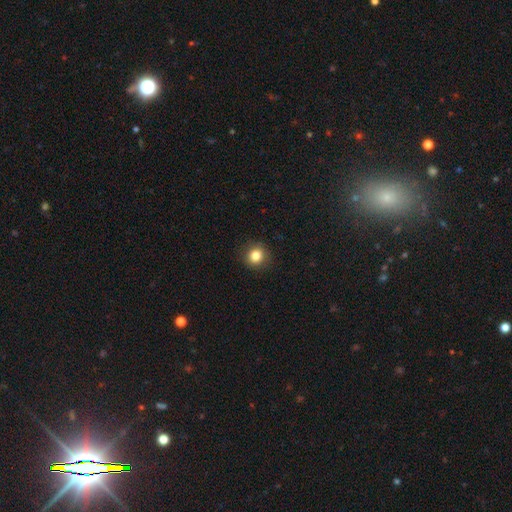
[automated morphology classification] smooth-or-featured: smooth: 83% | star or artifact: 11% | featured or disk: 6%
  how-rounded: round: 89% | in between: 10% | cigar-shaped: 1%
  merging: none: 90% | minor disturbance: 7% | major disturbance: 2% | merger: 1%